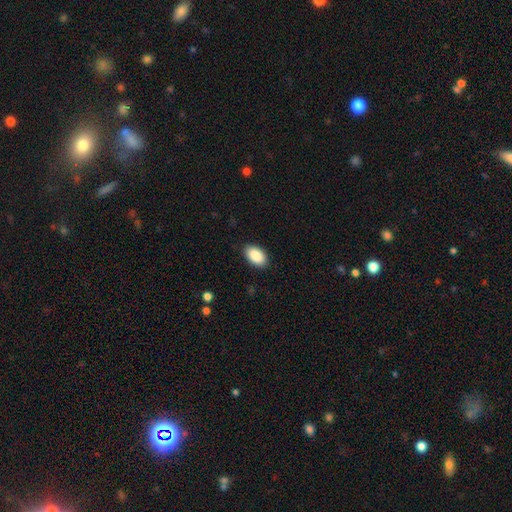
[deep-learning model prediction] A smooth galaxy with no disk features (90%) that is in between round and cigar-shaped (94%).

Vote fractions:
- Smooth or featured? smooth: 90% / star or artifact: 6% / featured or disk: 4%
- How rounded? in between: 94% / round: 4% / cigar-shaped: 1%
- Merging? none: 89% / minor disturbance: 8% / major disturbance: 2% / merger: 1%